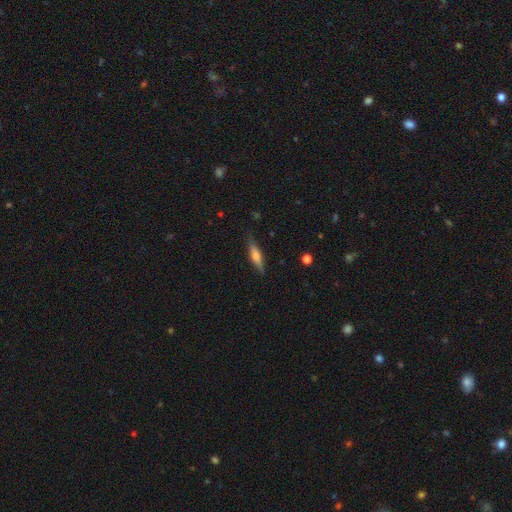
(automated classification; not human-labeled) Smooth or featured? Predicted: smooth (p=0.48). Merging? Predicted: none (p=0.83).